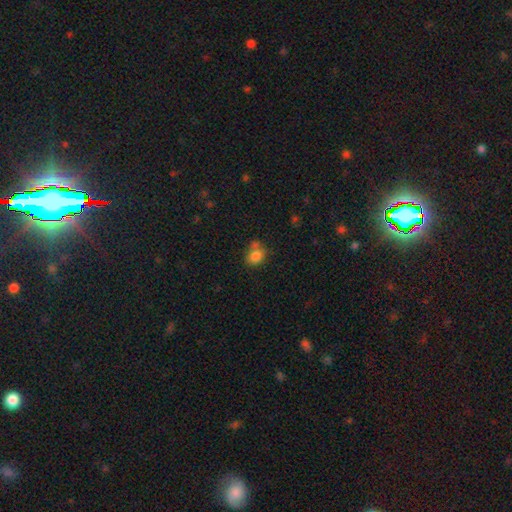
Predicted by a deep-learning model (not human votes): smooth 83%, star or artifact 10%, featured or disk 6%. Down the decision tree: how rounded — round (53%); merging — none (56%).